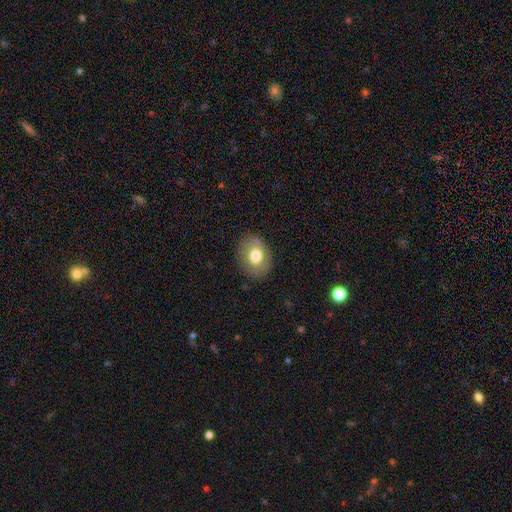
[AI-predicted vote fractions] Smooth or featured?
  - smooth: 72% *
  - featured or disk: 20%
  - star or artifact: 8%
How rounded?
  - in between: 57% *
  - round: 42%
  - cigar-shaped: 1%
Merging?
  - none: 81% *
  - minor disturbance: 13%
  - major disturbance: 4%
  - merger: 1%